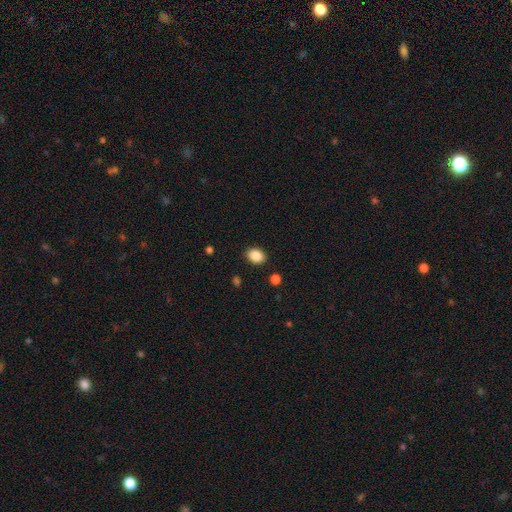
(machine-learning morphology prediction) smooth-or-featured: smooth: 87% | star or artifact: 8% | featured or disk: 4%
  how-rounded: in between: 66% | round: 33% | cigar-shaped: 1%
  merging: none: 88% | minor disturbance: 8% | major disturbance: 2% | merger: 2%